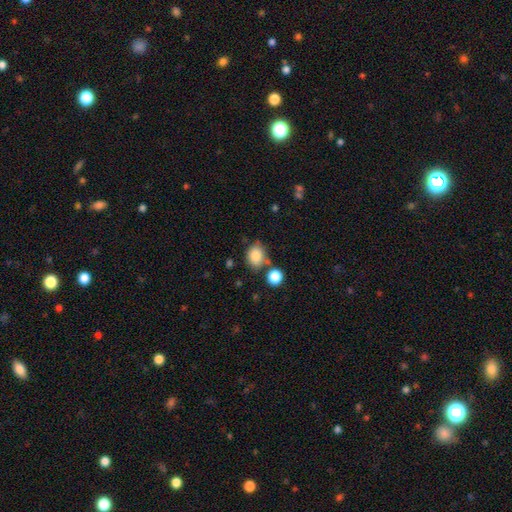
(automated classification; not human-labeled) Smooth or featured: smooth — 85% (star or artifact — 9%)
How rounded: in between — 53% (round — 46%)
Merging: none — 66% (minor disturbance — 15%)